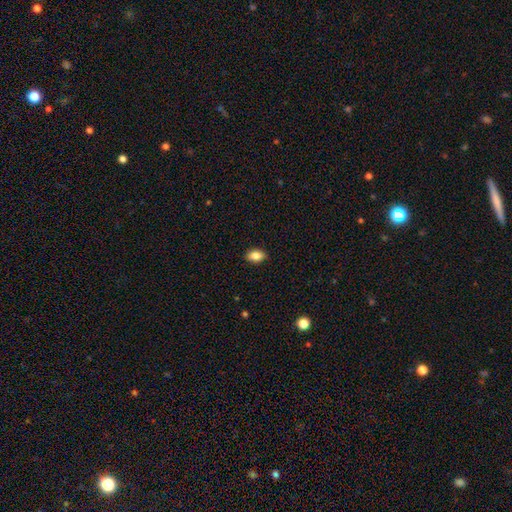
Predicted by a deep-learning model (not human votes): smooth 86%, star or artifact 8%, featured or disk 6%. Down the decision tree: how rounded — in between (87%); merging — none (89%).